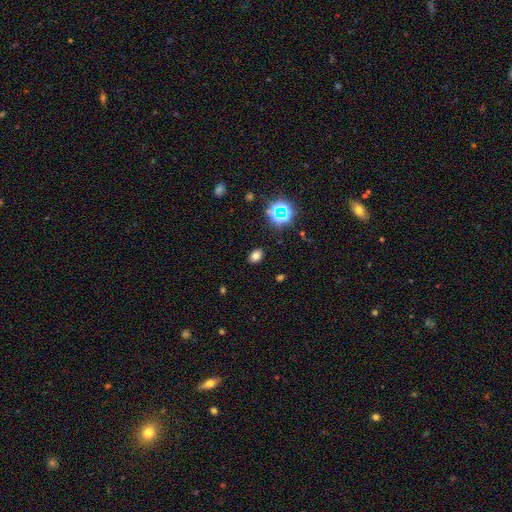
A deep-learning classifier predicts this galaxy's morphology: smooth-or-featured: smooth: 74% | star or artifact: 19% | featured or disk: 7%
  how-rounded: in between: 76% | round: 23% | cigar-shaped: 1%
  merging: none: 87% | minor disturbance: 9% | major disturbance: 3% | merger: 1%